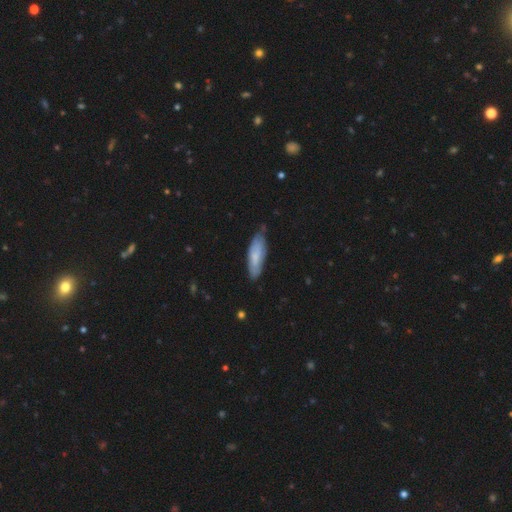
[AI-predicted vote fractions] Smooth or featured?
  - smooth: 69% *
  - featured or disk: 26%
  - star or artifact: 6%
How rounded?
  - in between: 51% *
  - cigar-shaped: 47%
  - round: 2%
Merging?
  - none: 71% *
  - minor disturbance: 24%
  - major disturbance: 4%
  - merger: 2%